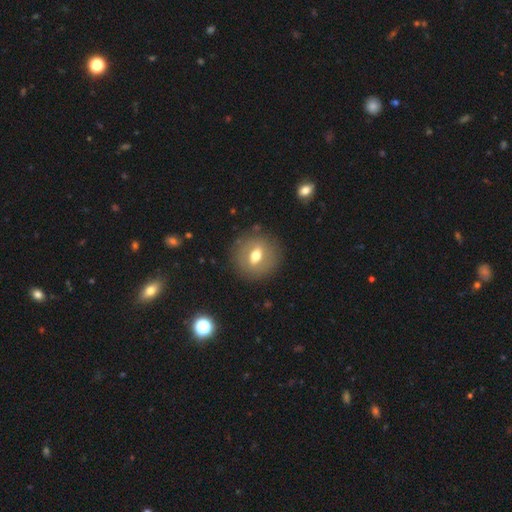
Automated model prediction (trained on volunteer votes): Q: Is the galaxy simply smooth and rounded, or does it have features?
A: smooth — 47%.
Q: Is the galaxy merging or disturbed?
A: none — 85%.